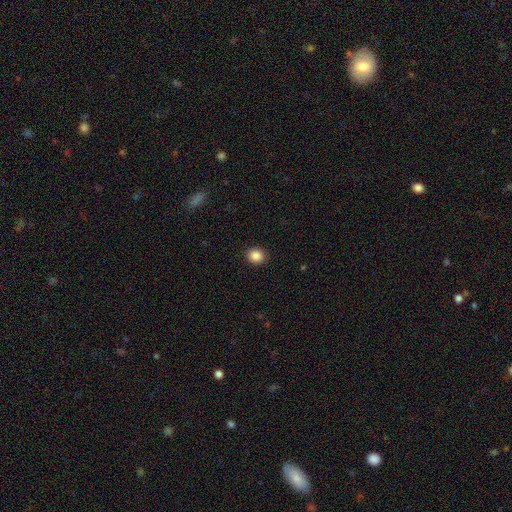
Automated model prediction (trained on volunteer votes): This is clearly a smooth galaxy (87%). How rounded: likely round (71%). Merging: clearly none (91%).